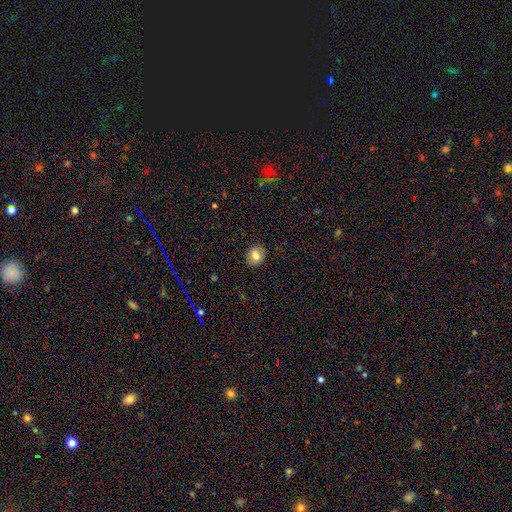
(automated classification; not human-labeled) Smooth or featured? Predicted: smooth (p=0.76). How rounded? Predicted: round (p=0.58). Merging? Predicted: none (p=0.88).